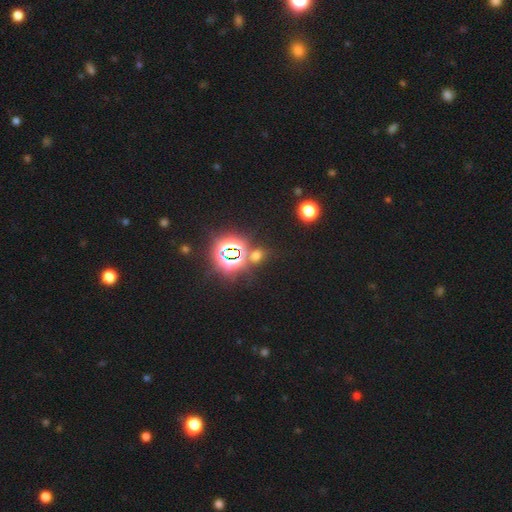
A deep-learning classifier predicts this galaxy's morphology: star or artifact 56%, smooth 36%, featured or disk 7%.